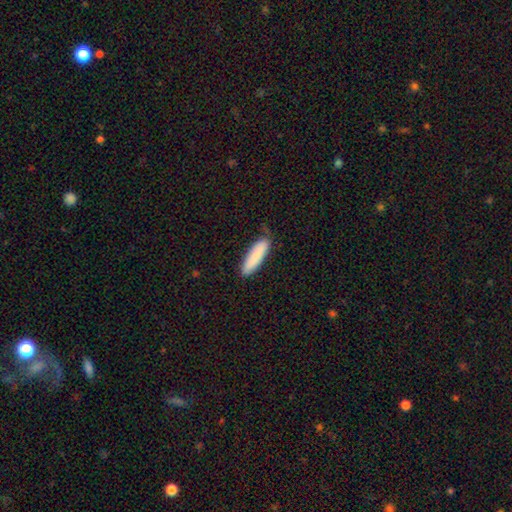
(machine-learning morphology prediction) smooth 84%, featured or disk 11%, star or artifact 6%. Down the decision tree: how rounded — cigar-shaped (63%); merging — none (78%).